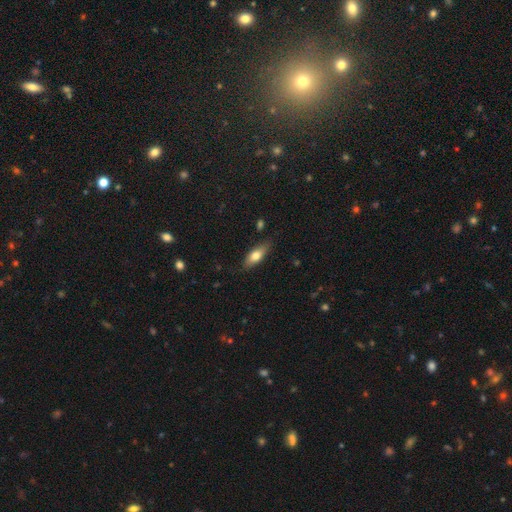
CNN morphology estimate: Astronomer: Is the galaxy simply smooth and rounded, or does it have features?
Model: smooth — 72%.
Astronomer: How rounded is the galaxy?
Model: in between — 68%.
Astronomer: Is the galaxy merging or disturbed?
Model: none — 81%.